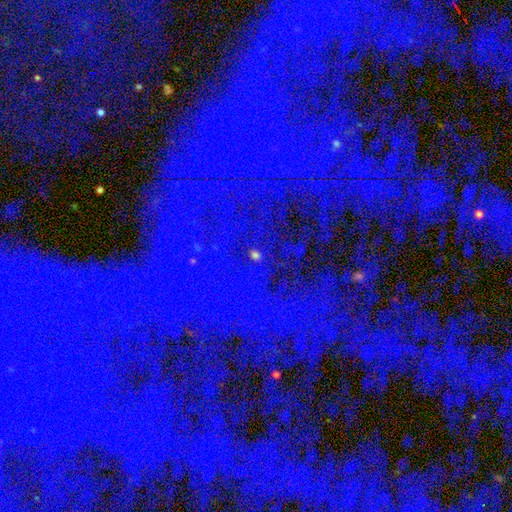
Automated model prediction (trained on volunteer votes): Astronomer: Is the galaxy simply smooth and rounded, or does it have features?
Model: star or artifact — 78%.